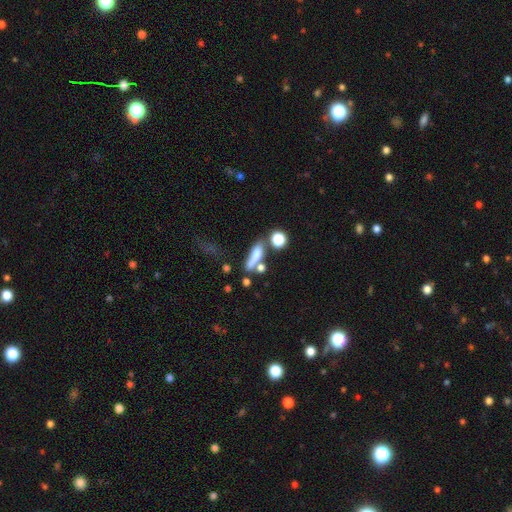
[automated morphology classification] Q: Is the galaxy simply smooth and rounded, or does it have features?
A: smooth — 66%.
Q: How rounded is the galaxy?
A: cigar-shaped — 51%.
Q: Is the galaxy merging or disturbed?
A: none — 40%.